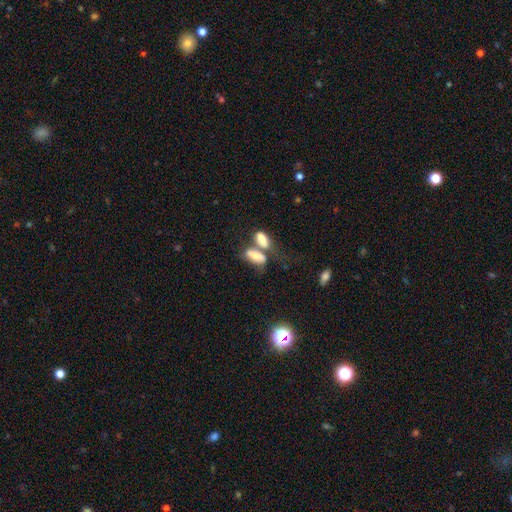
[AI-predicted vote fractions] smooth 71%, featured or disk 20%, star or artifact 9%. Down the decision tree: how rounded — in between (86%); merging — merger (58%).